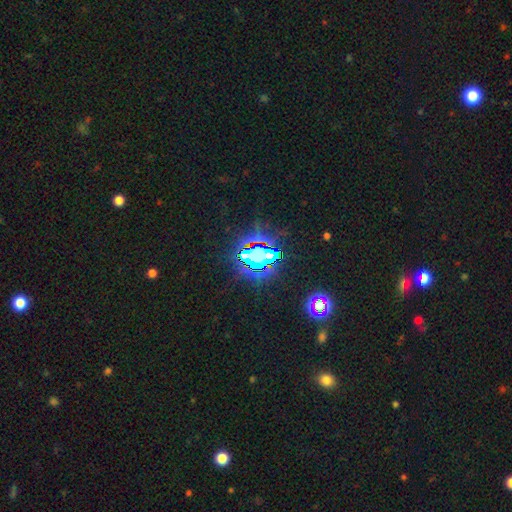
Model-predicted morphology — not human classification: Q: Smooth or featured?
A: star or artifact (74%); runner-up: smooth (14%)